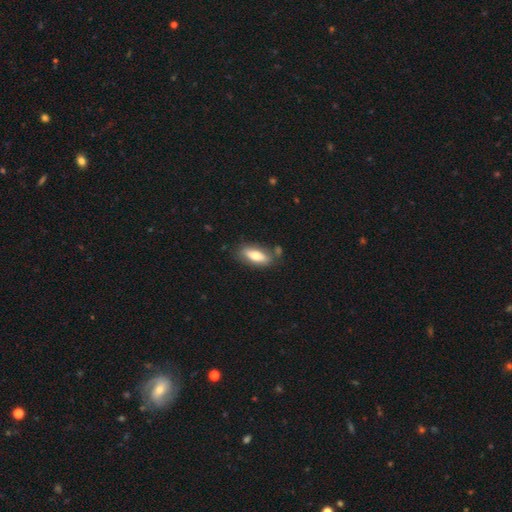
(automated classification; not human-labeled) Smooth or featured? smooth (69%)
How rounded? in between (75%)
Merging? none (75%)